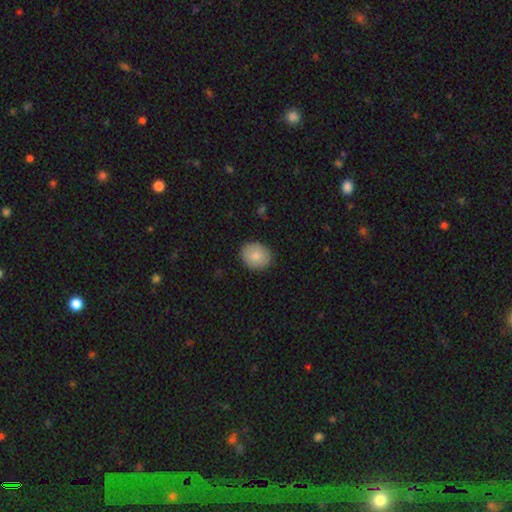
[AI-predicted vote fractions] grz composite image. It shows a smooth galaxy with no disk features (84%) that is round (59%). Merging: none (88%).